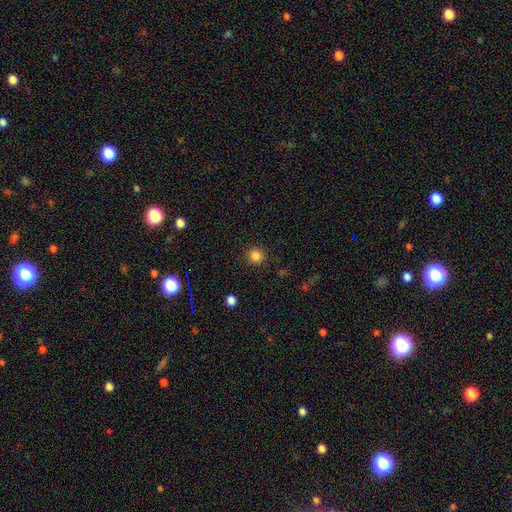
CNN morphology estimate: A smooth galaxy with no disk features (83%) that is round (93%).

Vote fractions:
- Smooth or featured? smooth: 83% / star or artifact: 13% / featured or disk: 4%
- How rounded? round: 93% / in between: 6% / cigar-shaped: 1%
- Merging? none: 90% / minor disturbance: 6% / major disturbance: 2% / merger: 1%